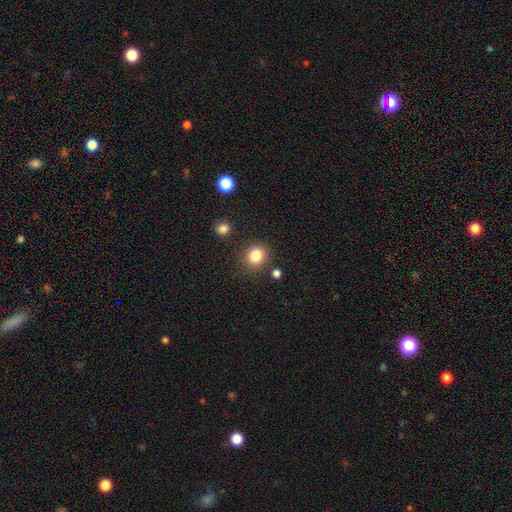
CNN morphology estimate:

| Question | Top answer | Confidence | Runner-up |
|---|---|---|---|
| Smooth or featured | smooth | 84% | star or artifact (11%) |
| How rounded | round | 77% | in between (22%) |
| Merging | none | 83% | minor disturbance (9%) |